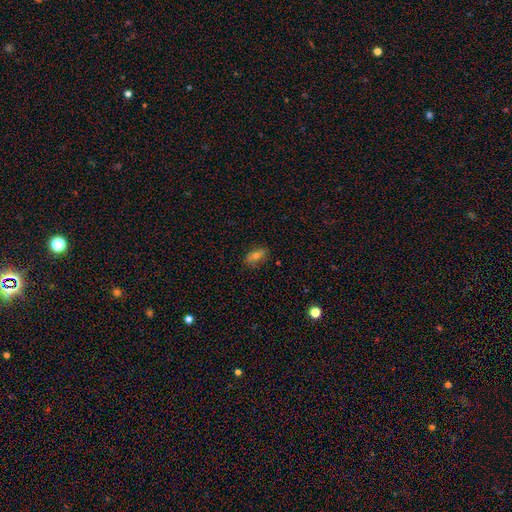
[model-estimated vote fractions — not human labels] The model was most divided on "smooth or featured": smooth: 60%, featured or disk: 24%, star or artifact: 15%. More confident: merging — none (83%); how rounded — in between (81%).